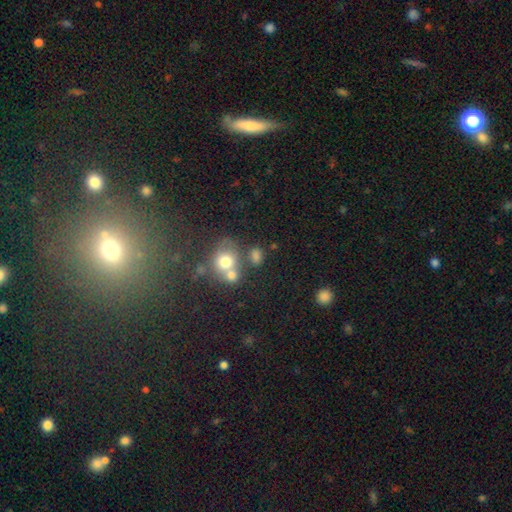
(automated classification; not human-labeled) A smooth galaxy with no disk features (73%) that is in between round and cigar-shaped (53%). Merging: none (47%).